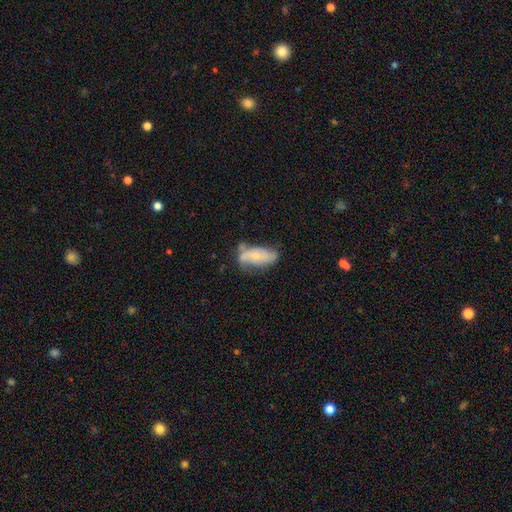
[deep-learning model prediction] Q: Smooth or featured?
A: featured or disk (54%); runner-up: smooth (38%)
Q: Edge-on disk?
A: no (91%); runner-up: yes (9%)
Q: Merging?
A: none (43%); runner-up: minor disturbance (32%)